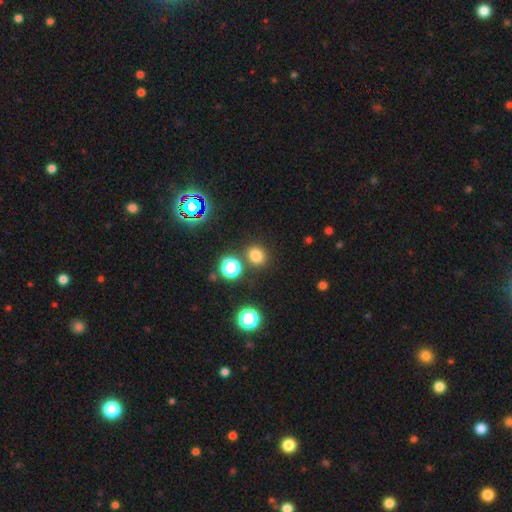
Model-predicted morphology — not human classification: smooth_or_featured: smooth (p=0.74) [alt: star or artifact p=0.21]
how_rounded: round (p=0.80) [alt: in between p=0.19]
merging: none (p=0.81) [alt: minor disturbance p=0.08]